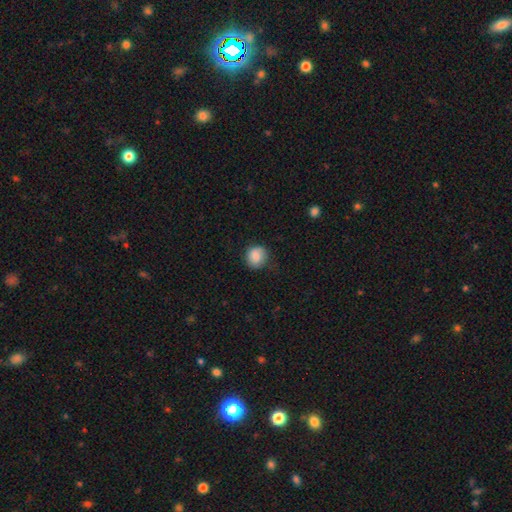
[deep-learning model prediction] Smooth or featured: smooth — 84% (featured or disk — 8%)
How rounded: round — 84% (in between — 15%)
Merging: none — 78% (minor disturbance — 17%)